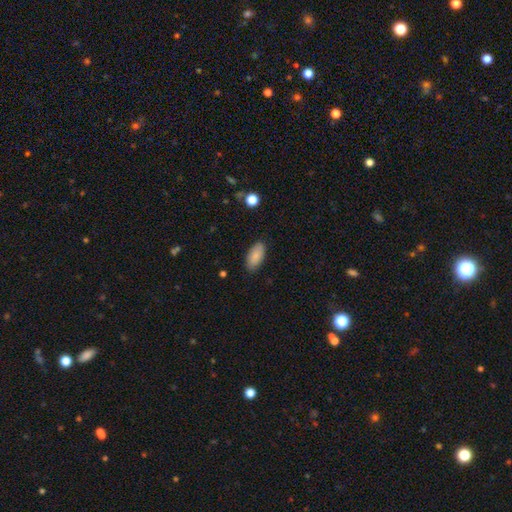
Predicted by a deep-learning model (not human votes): Q: Smooth or featured?
A: smooth (86%); runner-up: featured or disk (7%)
Q: How rounded?
A: in between (92%); runner-up: cigar-shaped (6%)
Q: Merging?
A: none (86%); runner-up: minor disturbance (10%)